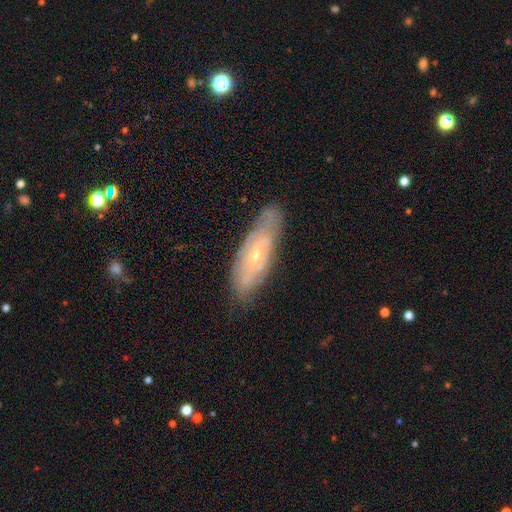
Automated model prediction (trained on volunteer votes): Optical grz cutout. It shows a featured or disk galaxy (68%) with no bar (62%), spiral arms (72%) and a small central bulge (64%). Merging: none (75%).